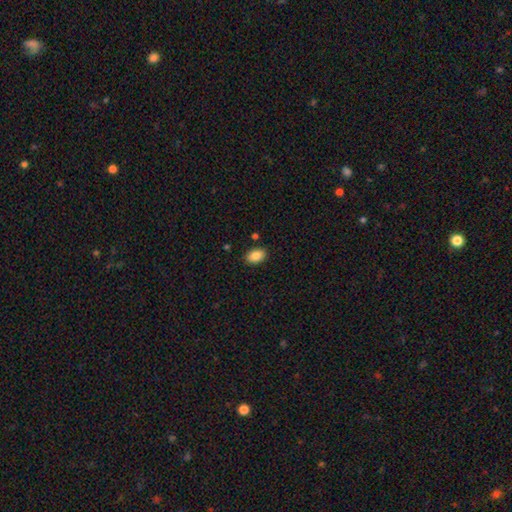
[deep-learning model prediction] Overall: smooth (87%). How rounded: in between (89%). Merging: none (87%).